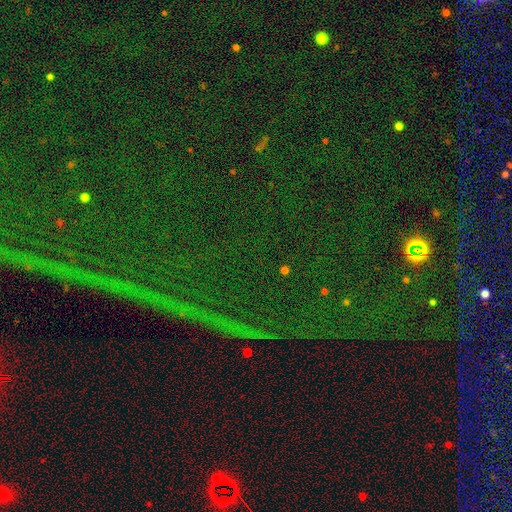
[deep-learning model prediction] Smooth or featured? star or artifact (85%)